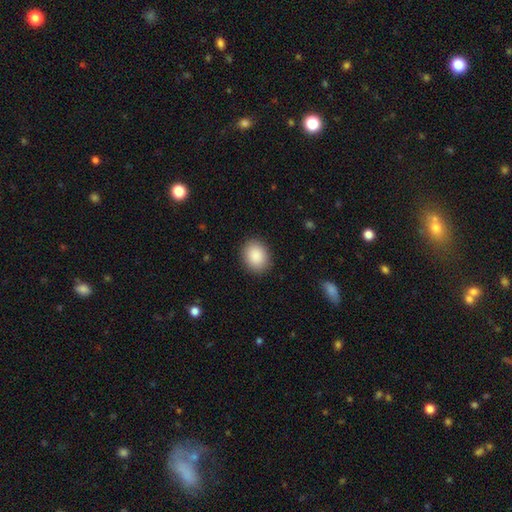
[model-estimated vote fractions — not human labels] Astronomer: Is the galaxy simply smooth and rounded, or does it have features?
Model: smooth — 89%.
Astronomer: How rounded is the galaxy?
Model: round — 52% (runner-up: in between, 47%).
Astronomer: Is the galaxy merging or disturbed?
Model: none — 89%.